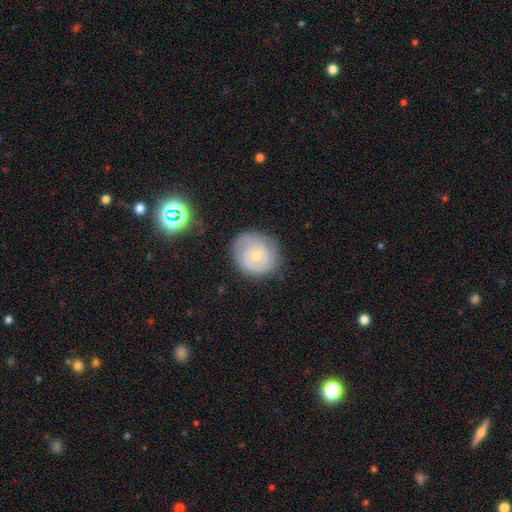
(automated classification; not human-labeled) Smooth or featured? featured or disk (63%)
Edge-on disk? no (98%)
Bar? no (73%)
Spiral arms? yes (83%)
Spiral winding? tight (66%)
Spiral arm count? 2 (42%)
Bulge size? small (58%)
Merging? none (76%)